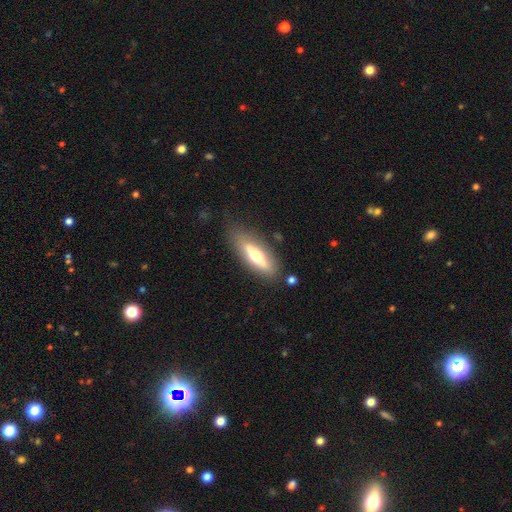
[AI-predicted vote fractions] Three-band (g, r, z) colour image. It shows a smooth galaxy with no disk features (53%) that is cigar-shaped (54%). Merging: none (76%).